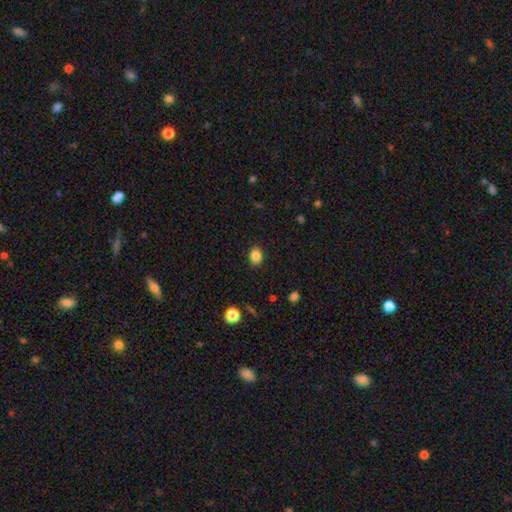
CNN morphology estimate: Smooth or featured? Predicted: smooth (p=0.85). How rounded? Predicted: in between (p=0.64). Merging? Predicted: none (p=0.89).